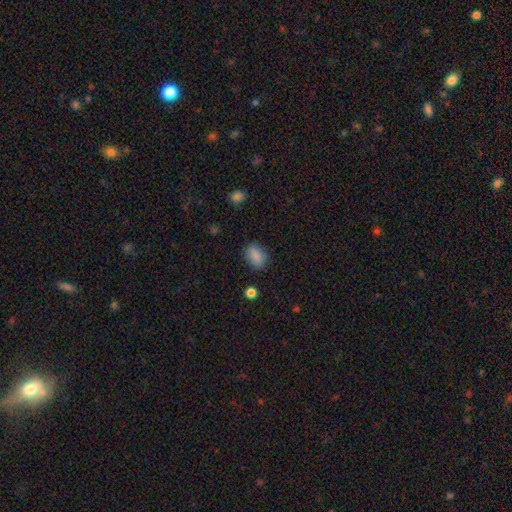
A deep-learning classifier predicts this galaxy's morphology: A smooth galaxy with no disk features (87%) that is in between round and cigar-shaped (81%). Merging: none (84%).